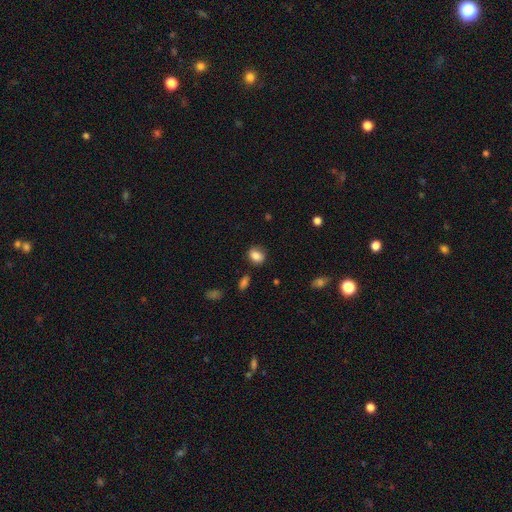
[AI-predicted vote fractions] Smooth or featured? smooth (84%)
How rounded? in between (53%)
Merging? none (79%)